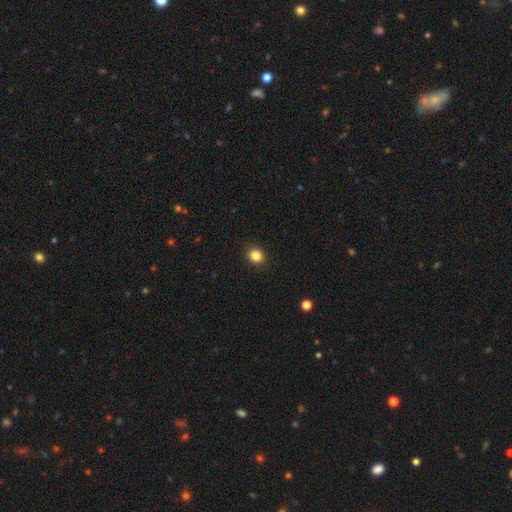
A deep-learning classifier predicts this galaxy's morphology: The model was most divided on "how rounded": round: 72%, in between: 28%, cigar-shaped: 1%. More confident: merging — none (91%); smooth or featured — smooth (84%).